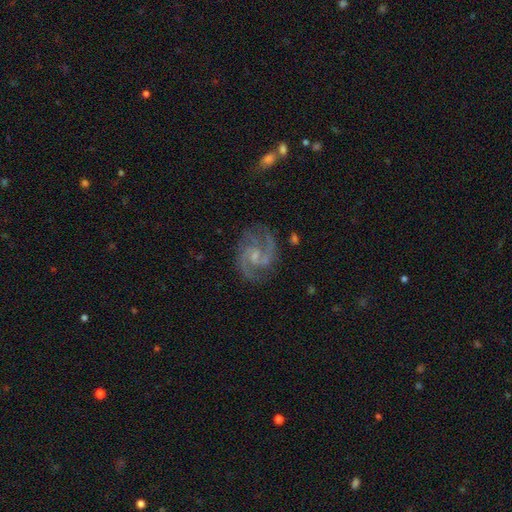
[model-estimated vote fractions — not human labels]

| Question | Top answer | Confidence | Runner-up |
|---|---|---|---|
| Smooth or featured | featured or disk | 90% | star or artifact (5%) |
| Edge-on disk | no | 98% | yes (2%) |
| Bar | weak | 49% | no (43%) |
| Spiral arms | yes | 98% | no (2%) |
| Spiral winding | medium | 60% | tight (26%) |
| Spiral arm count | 2 | 76% | 3 (13%) |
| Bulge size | small | 55% | moderate (26%) |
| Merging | none | 75% | minor disturbance (17%) |